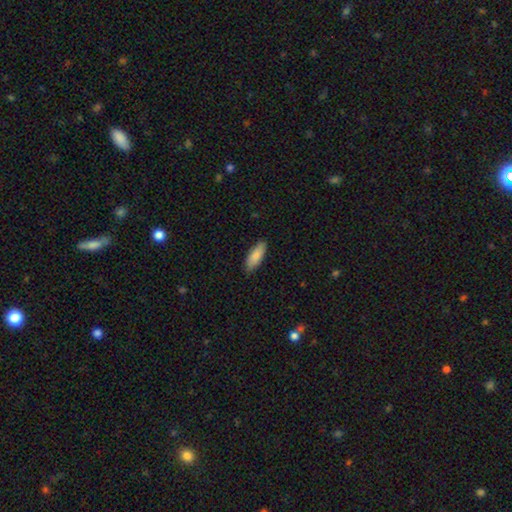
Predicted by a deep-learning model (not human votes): smooth-or-featured: smooth: 87% | featured or disk: 8% | star or artifact: 5%
  how-rounded: in between: 70% | cigar-shaped: 28% | round: 2%
  merging: none: 87% | minor disturbance: 11% | major disturbance: 2% | merger: 1%